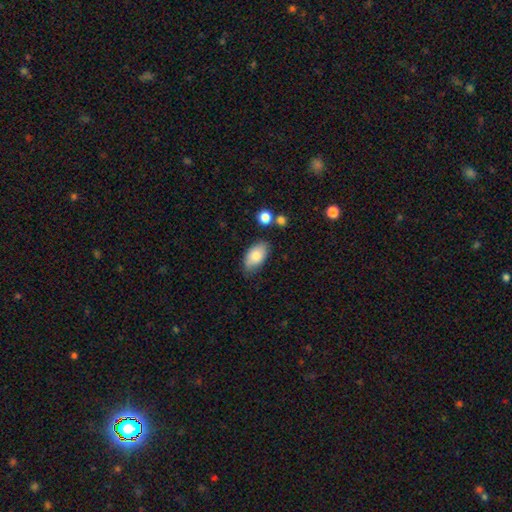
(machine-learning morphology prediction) A smooth galaxy with no disk features (83%) that is in between round and cigar-shaped (93%).

Vote fractions:
- Smooth or featured? smooth: 83% / featured or disk: 10% / star or artifact: 7%
- How rounded? in between: 93% / round: 4% / cigar-shaped: 2%
- Merging? none: 74% / minor disturbance: 19% / major disturbance: 4% / merger: 3%